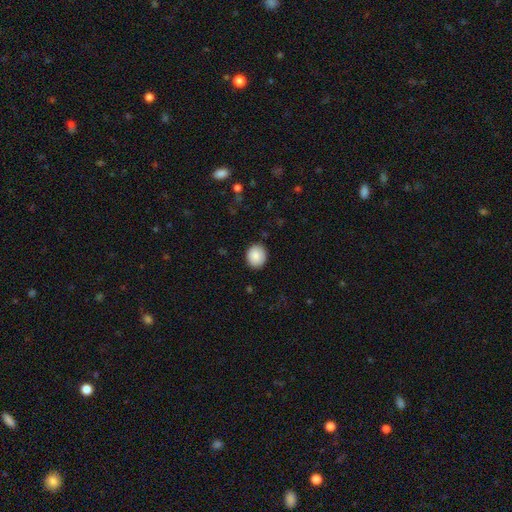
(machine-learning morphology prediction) smooth 88%, star or artifact 7%, featured or disk 4%. Down the decision tree: how rounded — round (72%); merging — none (88%).